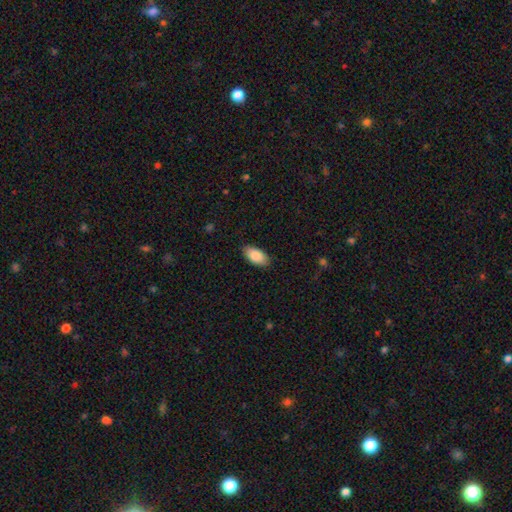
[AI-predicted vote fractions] Smooth or featured? smooth (88%)
How rounded? in between (94%)
Merging? none (87%)